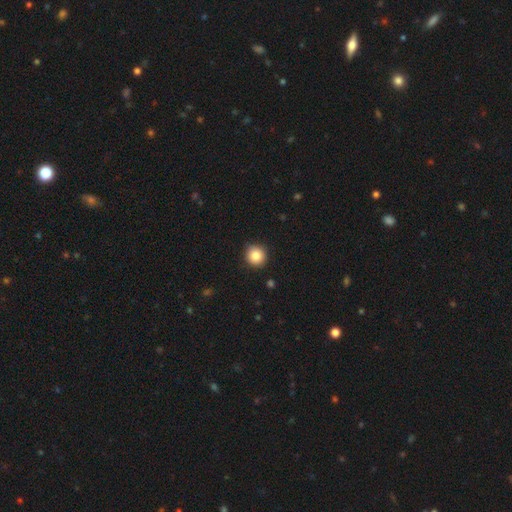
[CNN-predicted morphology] smooth-or-featured: smooth: 84% | star or artifact: 10% | featured or disk: 6%
  how-rounded: round: 93% | in between: 6% | cigar-shaped: 1%
  merging: none: 90% | minor disturbance: 8% | major disturbance: 2% | merger: 1%